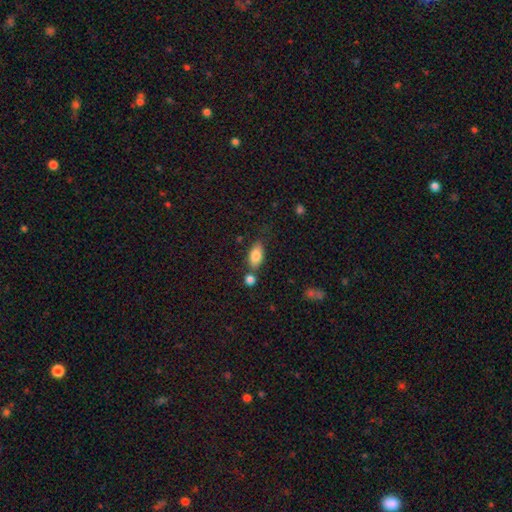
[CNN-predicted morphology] Overall: smooth (83%). How rounded: in between (89%). Merging: none (64%).